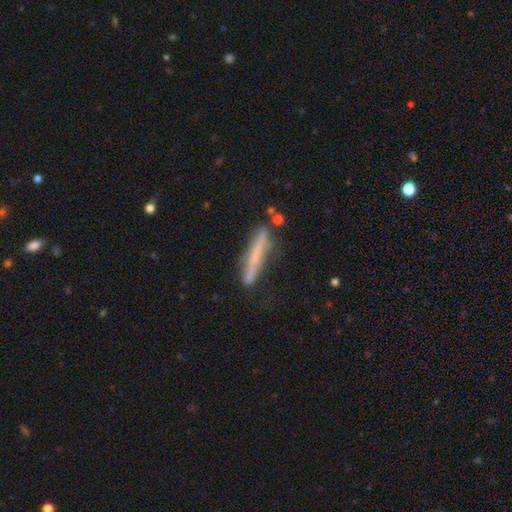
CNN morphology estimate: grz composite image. It shows a smooth galaxy with no disk features (53%) that is cigar-shaped (95%). Merging: none (74%).